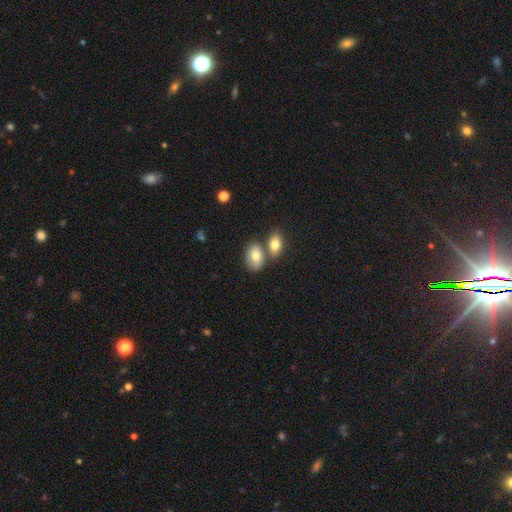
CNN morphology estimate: Smooth or featured? smooth (78%)
How rounded? in between (87%)
Merging? none (54%)